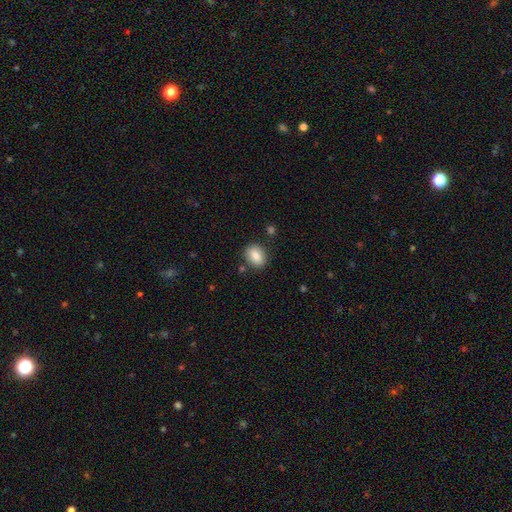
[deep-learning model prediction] This is clearly a smooth galaxy (85%). How rounded: likely in between (67%). Merging: clearly none (84%).